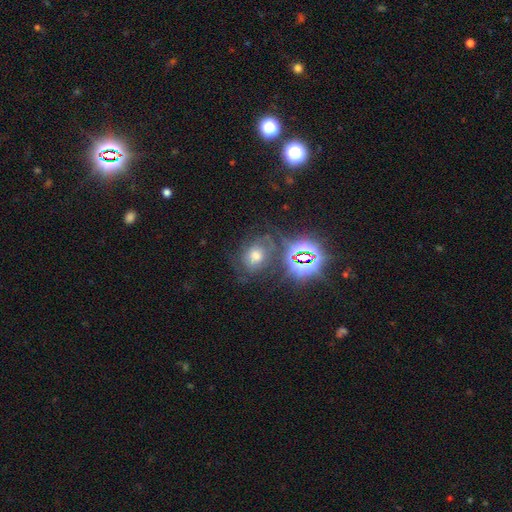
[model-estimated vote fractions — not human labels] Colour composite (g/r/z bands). It shows a star or artifact, not a galaxy (38%).